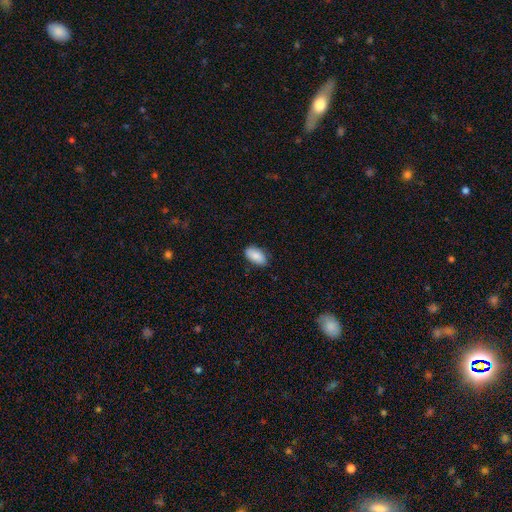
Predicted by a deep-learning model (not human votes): Morphology: type=smooth (84%); roundness=in between (94%); merging=none (82%).